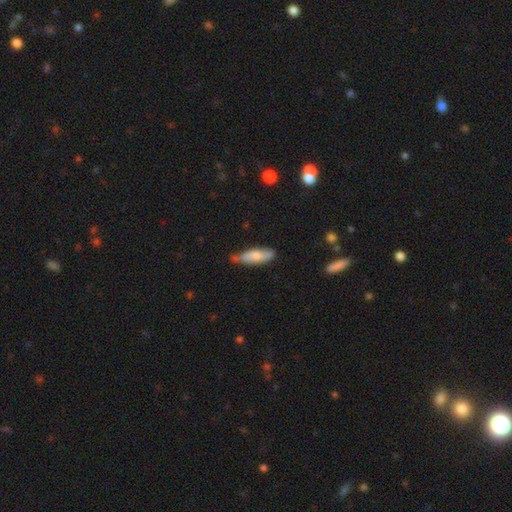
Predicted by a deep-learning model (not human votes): This appears to be a smooth galaxy with no disk features (71%) that is cigar-shaped (50%). Merging: none (57%).